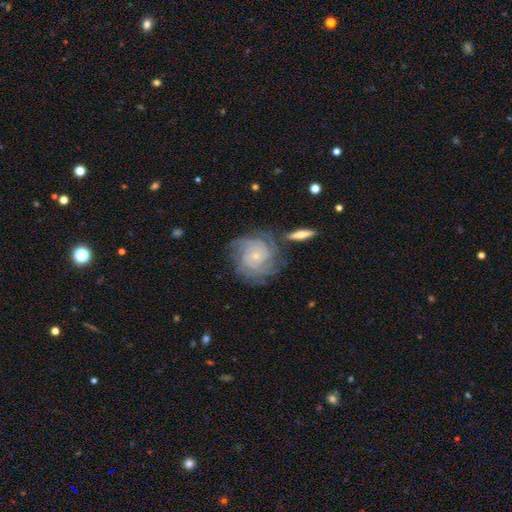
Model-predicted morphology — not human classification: Smooth or featured: featured or disk — 83% (smooth — 11%)
Edge-on disk: no — 97% (yes — 3%)
Bar: no — 78% (weak — 18%)
Spiral arms: yes — 96% (no — 4%)
Spiral winding: tight — 72% (medium — 23%)
Spiral arm count: can't tell — 30% (3 — 21%)
Bulge size: small — 78% (moderate — 18%)
Merging: none — 70% (minor disturbance — 17%)